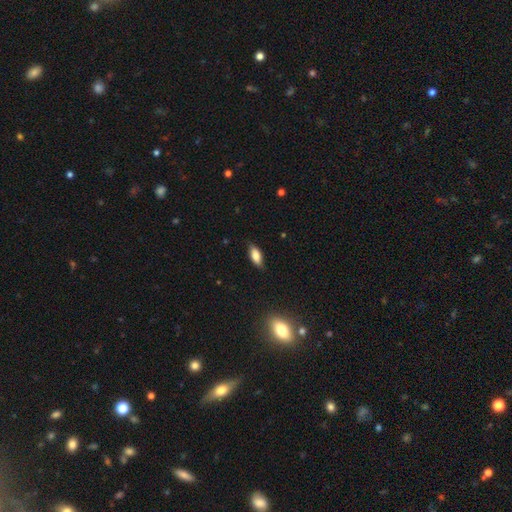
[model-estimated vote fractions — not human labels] Smooth or featured? Predicted: smooth (p=0.82). How rounded? Predicted: in between (p=0.83). Merging? Predicted: none (p=0.81).